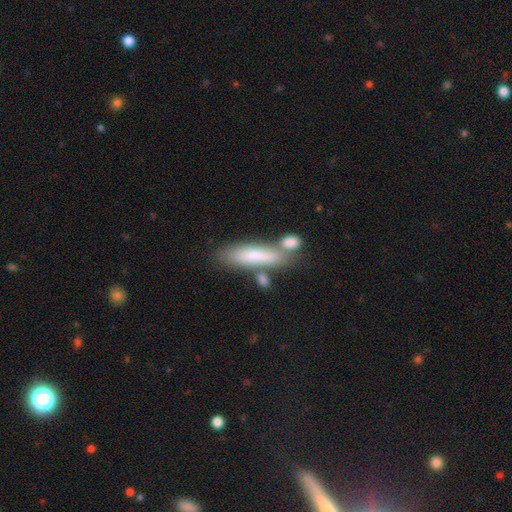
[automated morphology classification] type=smooth (72%); roundness=cigar-shaped (66%); merging=none (49%).